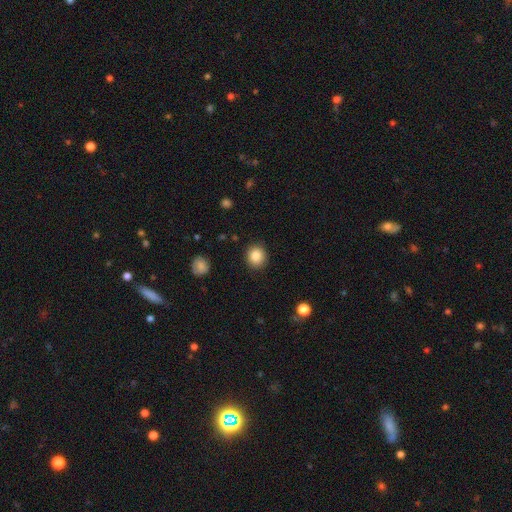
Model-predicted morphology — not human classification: Q: Smooth or featured?
A: smooth (86%); runner-up: star or artifact (9%)
Q: How rounded?
A: round (82%); runner-up: in between (17%)
Q: Merging?
A: none (89%); runner-up: minor disturbance (7%)